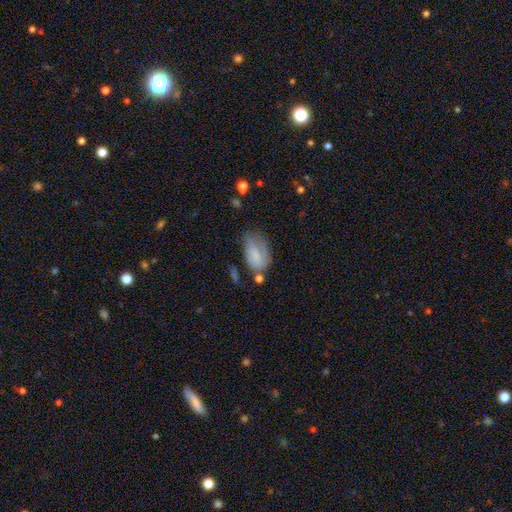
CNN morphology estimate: Q: Smooth or featured?
A: smooth (69%); runner-up: featured or disk (23%)
Q: How rounded?
A: in between (90%); runner-up: round (8%)
Q: Merging?
A: none (36%); runner-up: minor disturbance (34%)